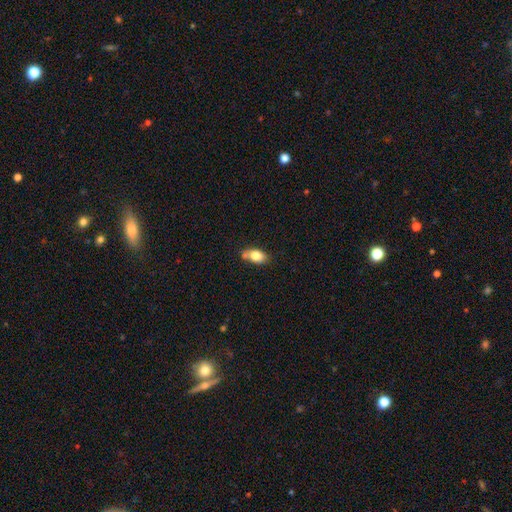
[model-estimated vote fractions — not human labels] A smooth galaxy with no disk features (77%) that is in between round and cigar-shaped (85%). Merging: none (61%).